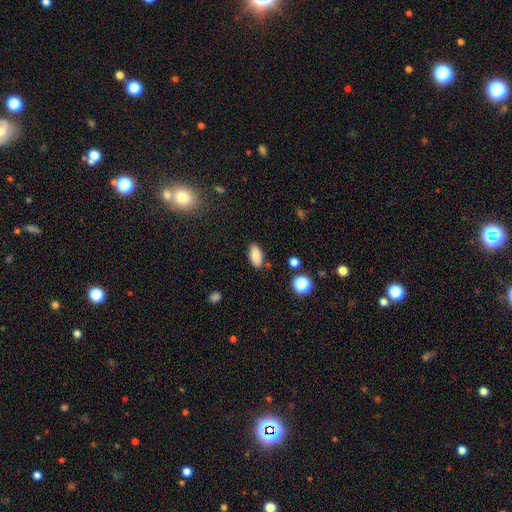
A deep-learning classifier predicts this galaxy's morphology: A smooth galaxy with no disk features (86%) that is in between round and cigar-shaped (88%).

Vote fractions:
- Smooth or featured? smooth: 86% / star or artifact: 9% / featured or disk: 5%
- How rounded? in between: 88% / cigar-shaped: 9% / round: 3%
- Merging? none: 86% / minor disturbance: 10% / major disturbance: 2% / merger: 2%